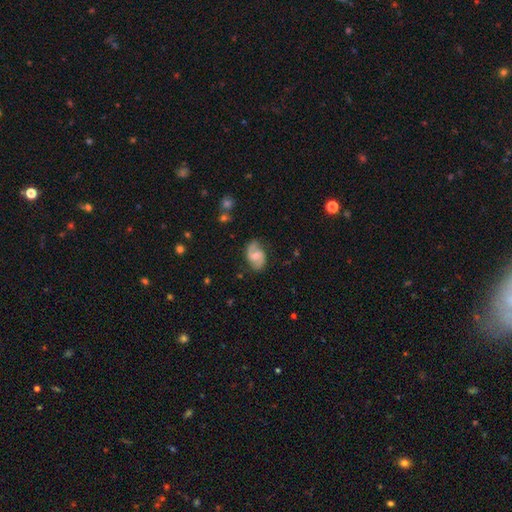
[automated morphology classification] smooth-or-featured: featured or disk: 74% | smooth: 20% | star or artifact: 6%
  disk-edge-on: no: 97% | yes: 3%
    bar: weak: 50% | no: 38% | strong: 12%
    has-spiral-arms: yes: 93% | no: 7%
      spiral-winding: medium: 48% | loose: 34% | tight: 18%
      spiral-arm-count: 2: 91% | can't tell: 5% | 1: 2% | 3: 1% | 4: 1% | more than 4: 1%
    bulge-size: moderate: 52% | small: 36% | none: 7% | large: 4% | dominant: 1%
  merging: none: 77% | minor disturbance: 17% | major disturbance: 5% | merger: 2%